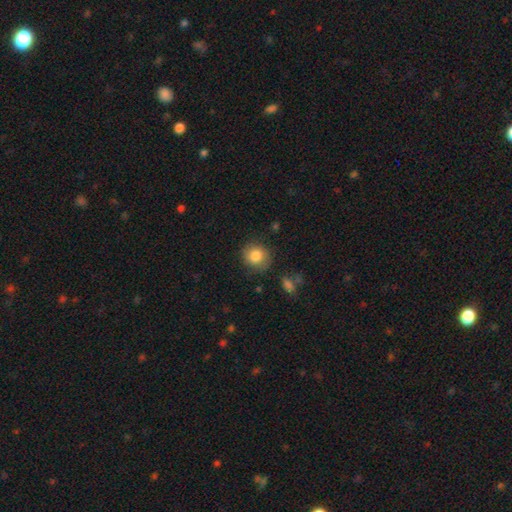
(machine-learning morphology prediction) The model was most divided on "merging": none: 80%, minor disturbance: 15%, major disturbance: 4%, merger: 2%. More confident: how rounded — round (84%); smooth or featured — smooth (82%).